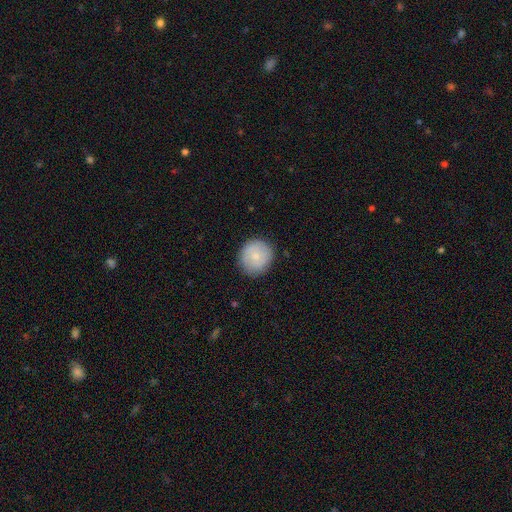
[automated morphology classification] A smooth galaxy with no disk features (72%) that is round (90%).

Vote fractions:
- Smooth or featured? smooth: 72% / featured or disk: 21% / star or artifact: 6%
- How rounded? round: 90% / in between: 9% / cigar-shaped: 1%
- Merging? none: 84% / minor disturbance: 12% / major disturbance: 3% / merger: 1%